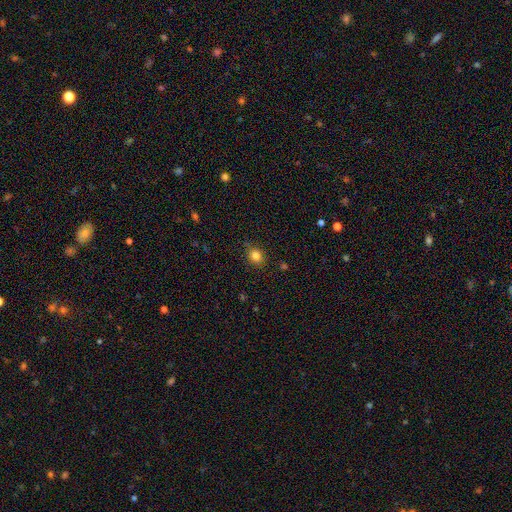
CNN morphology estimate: type=smooth (83%); roundness=round (68%); merging=none (81%).